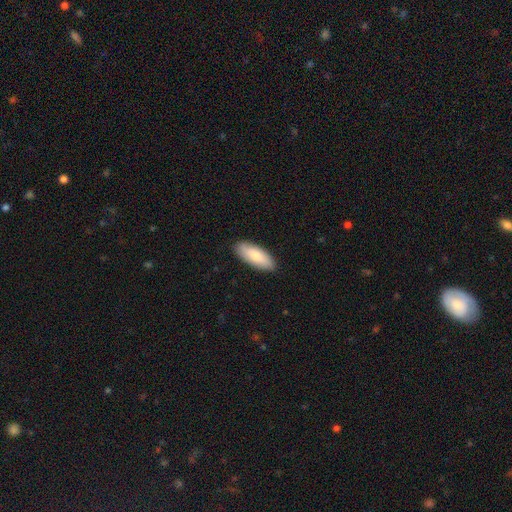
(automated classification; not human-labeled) A smooth galaxy with no disk features (81%) that is in between round and cigar-shaped (81%).

Vote fractions:
- Smooth or featured? smooth: 81% / featured or disk: 14% / star or artifact: 5%
- How rounded? in between: 81% / cigar-shaped: 18% / round: 2%
- Merging? none: 89% / minor disturbance: 9% / major disturbance: 2% / merger: 1%